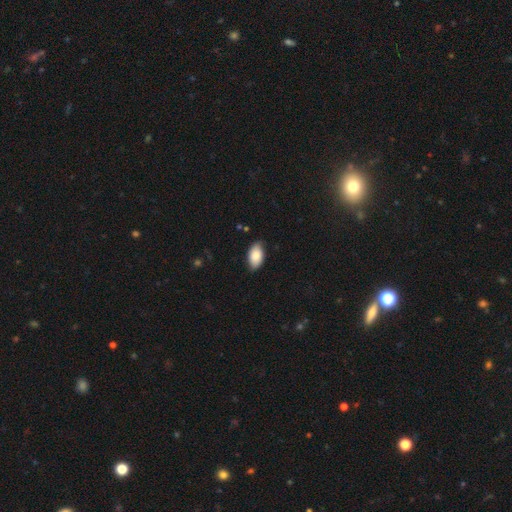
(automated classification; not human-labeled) smooth-or-featured: smooth: 86% | featured or disk: 8% | star or artifact: 6%
  how-rounded: in between: 95% | round: 4% | cigar-shaped: 2%
  merging: none: 82% | minor disturbance: 15% | major disturbance: 2% | merger: 1%